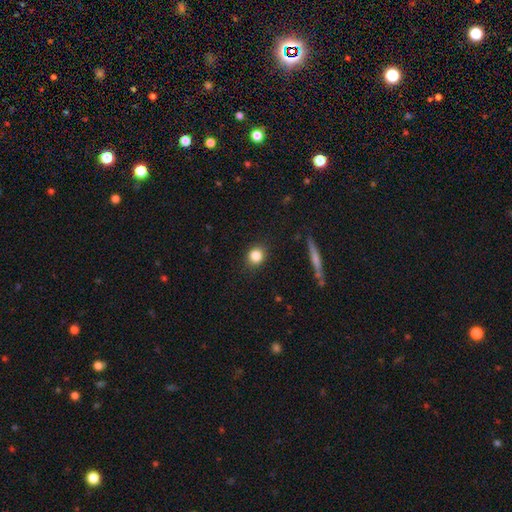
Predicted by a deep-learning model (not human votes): Morphology: type=smooth (83%); roundness=round (81%); merging=none (88%).